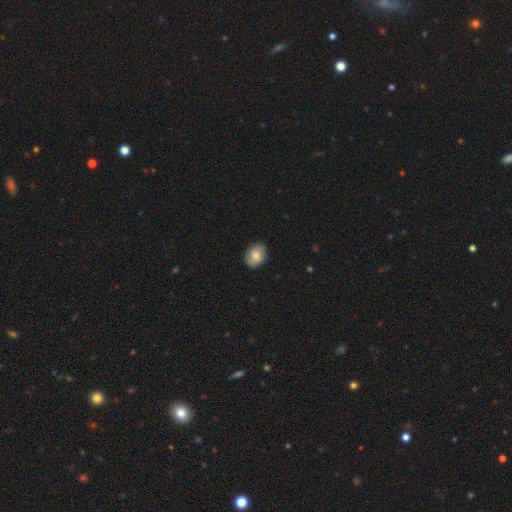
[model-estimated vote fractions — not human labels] Smooth or featured: smooth — 76% (featured or disk — 17%)
How rounded: in between — 54% (round — 45%)
Merging: none — 85% (minor disturbance — 12%)